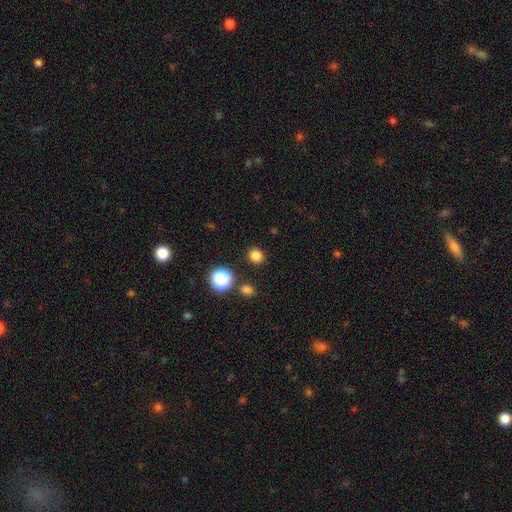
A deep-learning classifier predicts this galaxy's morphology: Q: Smooth or featured?
A: smooth (81%); runner-up: star or artifact (15%)
Q: How rounded?
A: round (85%); runner-up: in between (14%)
Q: Merging?
A: none (90%); runner-up: minor disturbance (6%)